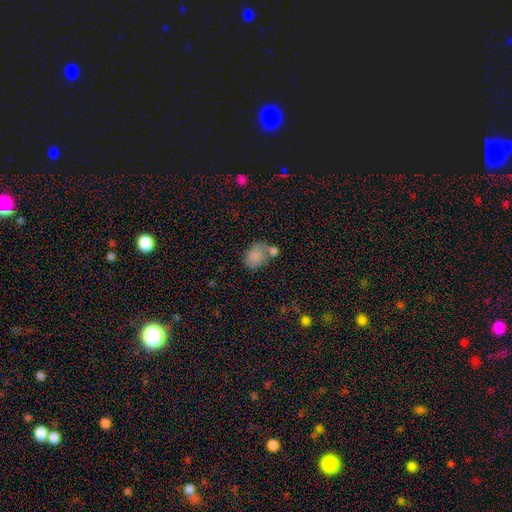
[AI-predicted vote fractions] The model was most divided on "merging": merger: 37%, none: 36%, minor disturbance: 18%, major disturbance: 9%. More confident: smooth or featured — smooth (80%); how rounded — in between (61%).